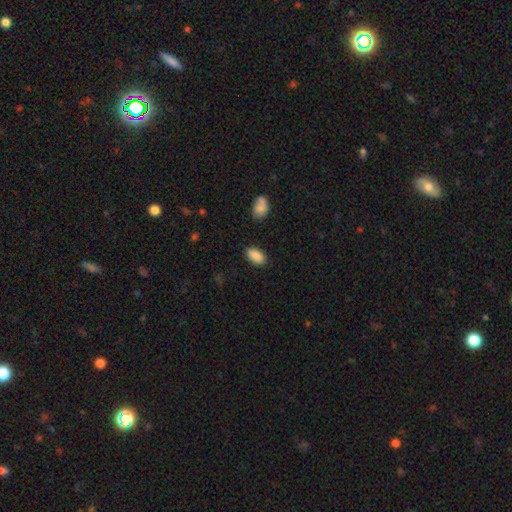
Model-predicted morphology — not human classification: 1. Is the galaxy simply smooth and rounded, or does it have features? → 89% smooth, 7% star or artifact, 4% featured or disk.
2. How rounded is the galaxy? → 93% in between, 5% round, 2% cigar-shaped.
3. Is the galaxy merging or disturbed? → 85% none, 10% minor disturbance, 3% major disturbance, 2% merger.